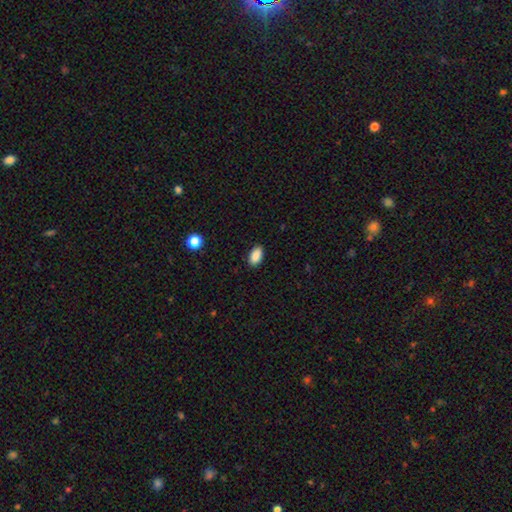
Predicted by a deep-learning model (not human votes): A smooth galaxy with no disk features (89%) that is in between round and cigar-shaped (94%). Merging: none (88%).